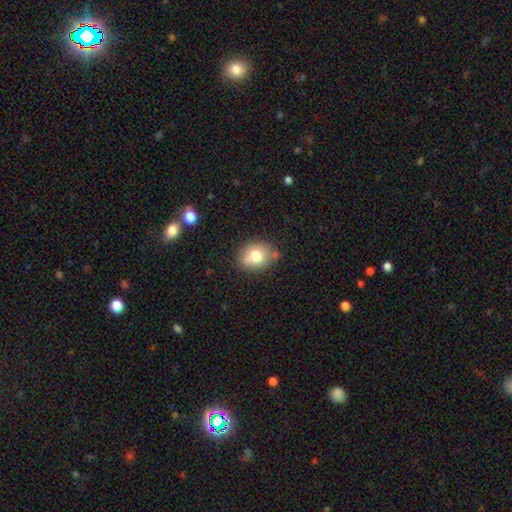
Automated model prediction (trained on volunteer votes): smooth 76%, featured or disk 15%, star or artifact 10%. Down the decision tree: how rounded — round (51%); merging — none (75%).